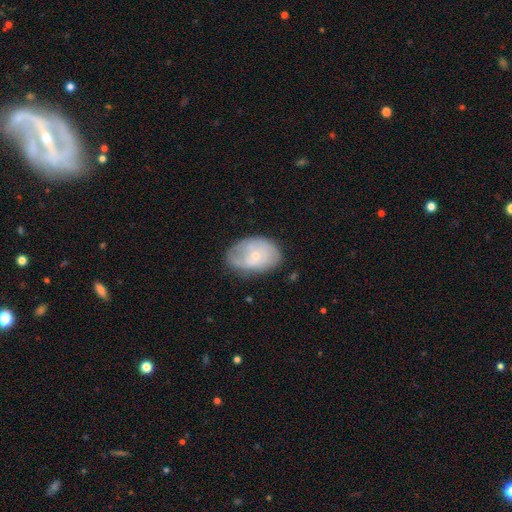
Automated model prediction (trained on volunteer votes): featured or disk 51%, smooth 42%, star or artifact 7%. Down the decision tree: edge-on disk — no (95%); merging — none (58%).